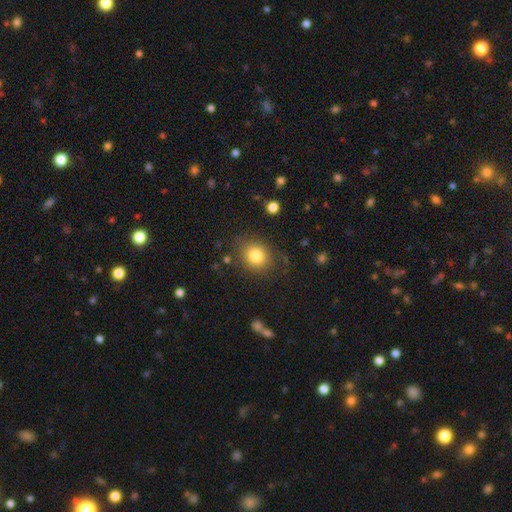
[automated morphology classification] Smooth or featured?
  - smooth: 82% *
  - star or artifact: 10%
  - featured or disk: 8%
How rounded?
  - round: 69% *
  - in between: 30%
  - cigar-shaped: 1%
Merging?
  - none: 82% *
  - minor disturbance: 12%
  - major disturbance: 4%
  - merger: 2%